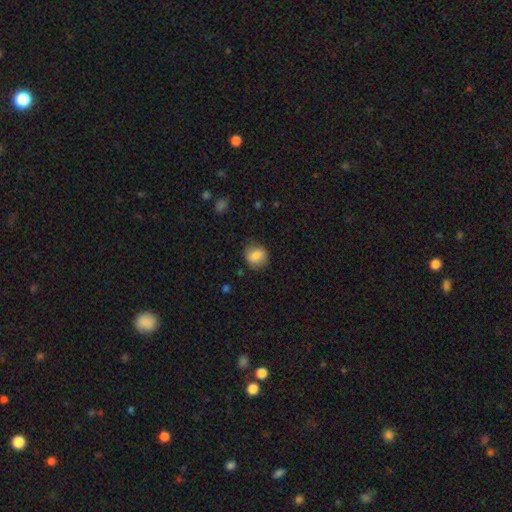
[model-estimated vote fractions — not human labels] Smooth or featured? Predicted: smooth (p=0.80). How rounded? Predicted: round (p=0.76). Merging? Predicted: none (p=0.77).